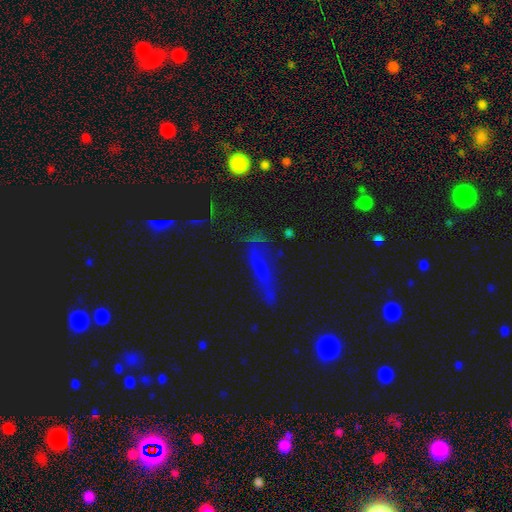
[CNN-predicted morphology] This is marginally a smooth galaxy (38%). Merging: possibly none (60%).